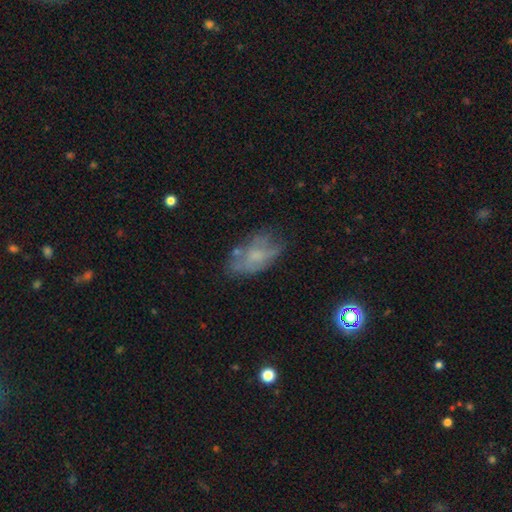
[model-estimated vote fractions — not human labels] Smooth or featured? Predicted: smooth (p=0.44, tied with featured or disk). Merging? Predicted: none (p=0.53).